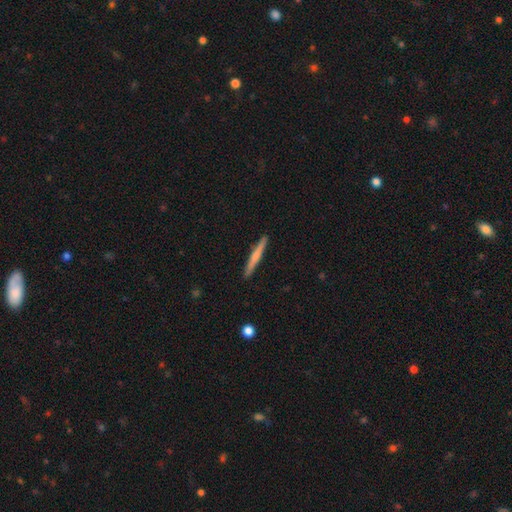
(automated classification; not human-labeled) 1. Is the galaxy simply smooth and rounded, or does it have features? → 57% smooth, 38% featured or disk, 5% star or artifact.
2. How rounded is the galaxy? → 96% cigar-shaped, 2% in between, 1% round.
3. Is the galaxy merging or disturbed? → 92% none, 6% minor disturbance, 1% major disturbance, 1% merger.